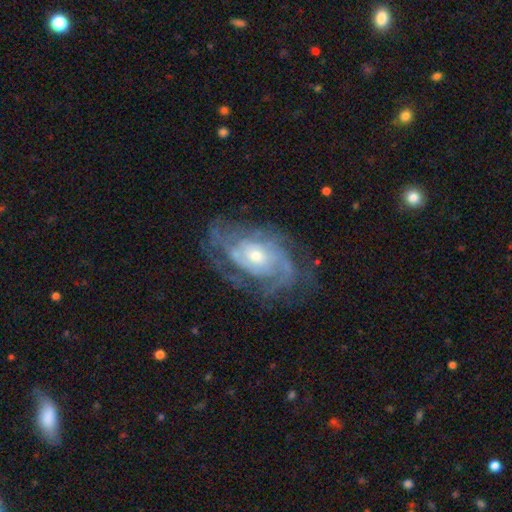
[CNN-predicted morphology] smooth-or-featured: featured or disk: 86% | smooth: 8% | star or artifact: 6%
  disk-edge-on: no: 96% | yes: 4%
    bar: no: 72% | weak: 23% | strong: 4%
    has-spiral-arms: yes: 93% | no: 7%
      spiral-winding: tight: 59% | medium: 32% | loose: 9%
      spiral-arm-count: can't tell: 39% | 2: 21% | 3: 18% | 4: 11% | more than 4: 6% | 1: 6%
    bulge-size: moderate: 51% | small: 42% | large: 4% | none: 1% | dominant: 1%
  merging: none: 64% | minor disturbance: 20% | major disturbance: 14% | merger: 2%